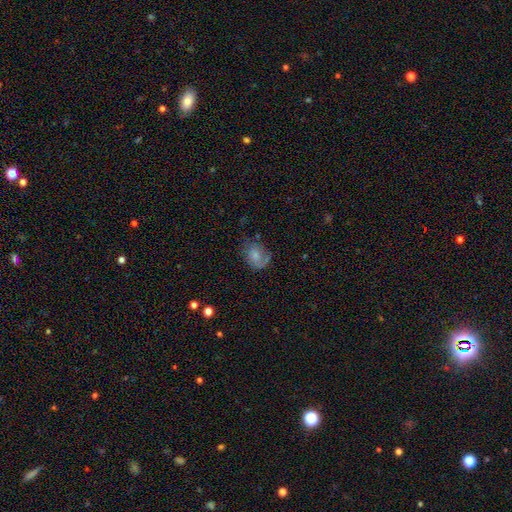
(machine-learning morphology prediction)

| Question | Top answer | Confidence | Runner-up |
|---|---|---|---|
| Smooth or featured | smooth | 63% | featured or disk (28%) |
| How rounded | round | 50% | in between (49%) |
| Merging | none | 48% | minor disturbance (30%) |